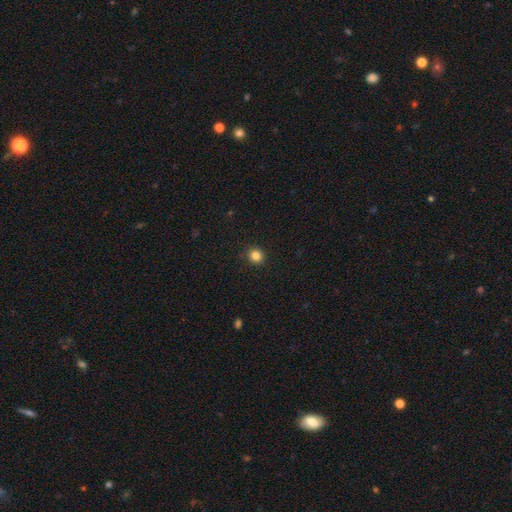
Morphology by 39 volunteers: This appears to be a smooth galaxy with no disk features (79%) that is round (81%). Merging: none (97%).